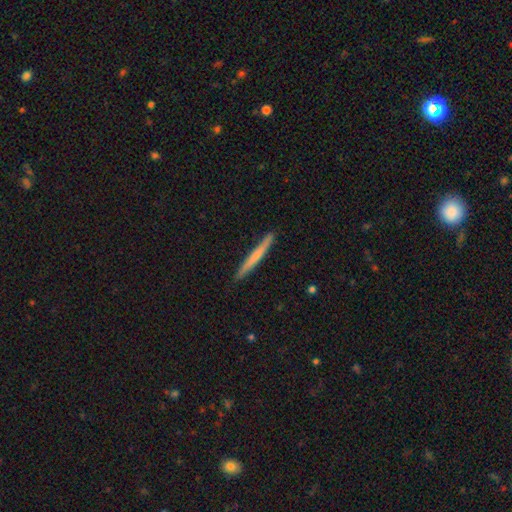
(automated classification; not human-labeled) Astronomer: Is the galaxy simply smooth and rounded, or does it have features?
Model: smooth — 57% (runner-up: featured or disk, 38%).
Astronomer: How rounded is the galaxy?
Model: cigar-shaped — 97%.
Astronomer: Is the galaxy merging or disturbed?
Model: none — 90%.